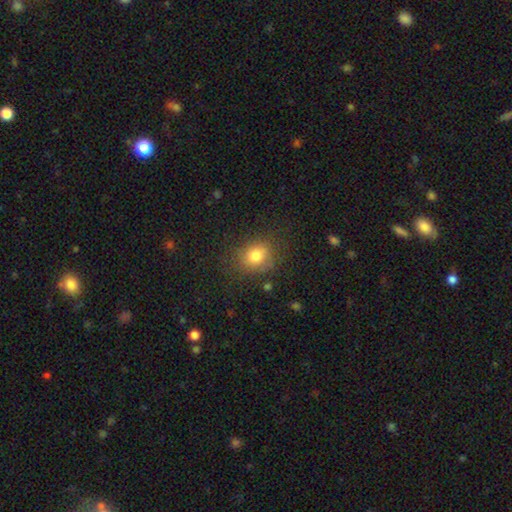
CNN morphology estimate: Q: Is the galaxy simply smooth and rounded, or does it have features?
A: smooth — 79%.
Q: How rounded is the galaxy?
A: round — 64%.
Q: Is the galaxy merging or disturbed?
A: none — 76%.